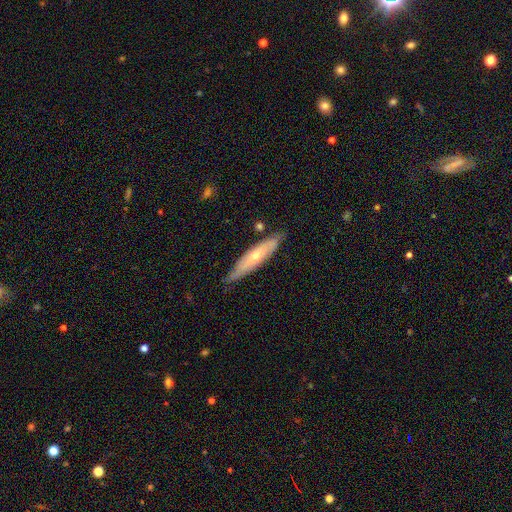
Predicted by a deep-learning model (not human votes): Smooth or featured?
  - featured or disk: 51% *
  - smooth: 43%
  - star or artifact: 6%
Edge-on disk?
  - yes: 65% *
  - no: 35%
Merging?
  - none: 76% *
  - minor disturbance: 19%
  - major disturbance: 3%
  - merger: 2%